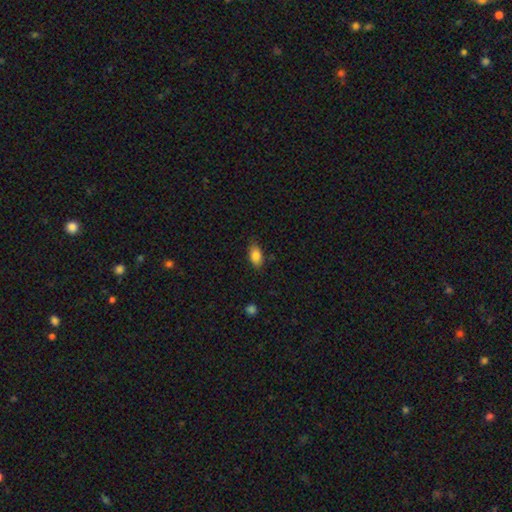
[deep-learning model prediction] Smooth or featured: smooth — 84% (star or artifact — 8%)
How rounded: in between — 89% (round — 6%)
Merging: none — 81% (minor disturbance — 15%)